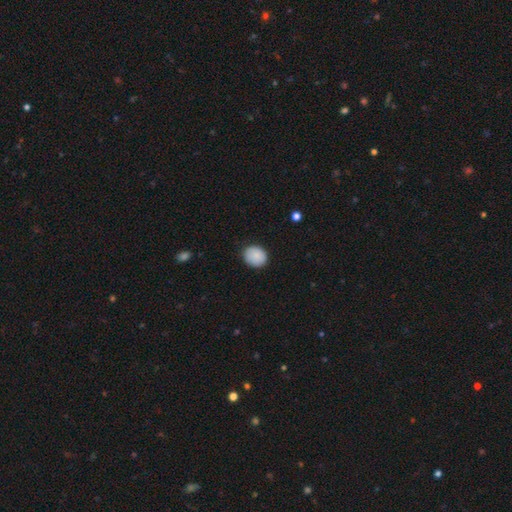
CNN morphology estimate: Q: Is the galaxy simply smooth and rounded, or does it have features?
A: smooth — 88%.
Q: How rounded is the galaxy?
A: round — 70%.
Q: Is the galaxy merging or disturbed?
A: none — 85%.